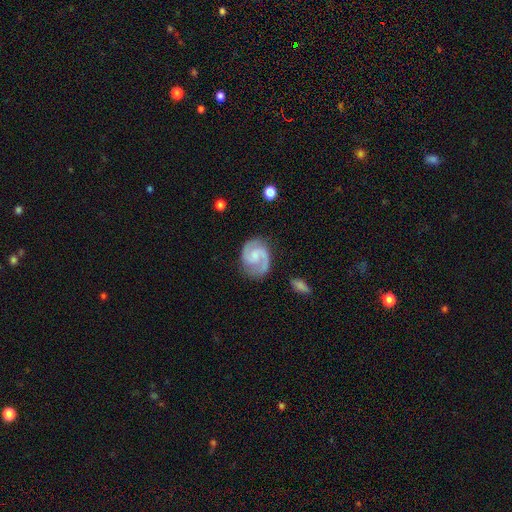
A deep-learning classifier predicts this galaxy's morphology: Q: Smooth or featured?
A: featured or disk (88%); runner-up: smooth (8%)
Q: Edge-on disk?
A: no (98%); runner-up: yes (2%)
Q: Bar?
A: no (47%); runner-up: weak (45%)
Q: Spiral arms?
A: yes (98%); runner-up: no (2%)
Q: Spiral winding?
A: medium (58%); runner-up: tight (27%)
Q: Spiral arm count?
A: 2 (92%); runner-up: can't tell (2%)
Q: Bulge size?
A: small (47%); runner-up: moderate (27%)
Q: Merging?
A: none (80%); runner-up: minor disturbance (14%)